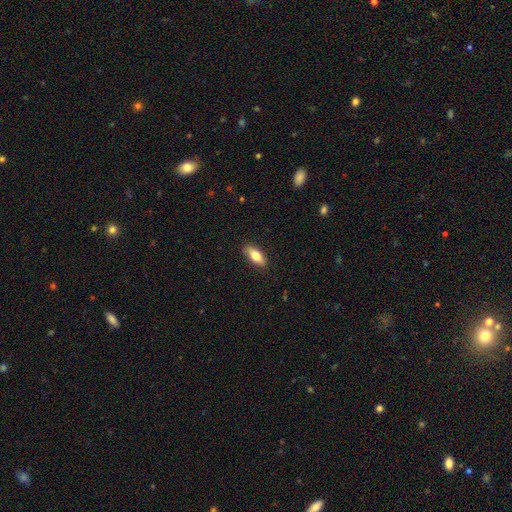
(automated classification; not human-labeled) This appears to be a smooth galaxy with no disk features (78%) that is in between round and cigar-shaped (80%). Merging: none (85%).